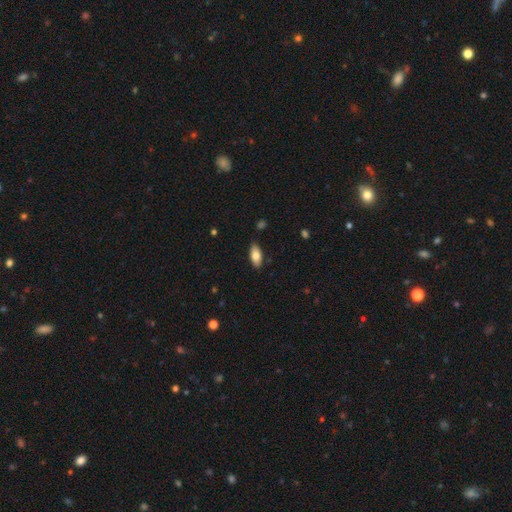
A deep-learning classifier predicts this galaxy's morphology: The model was most divided on "smooth or featured": smooth: 78%, featured or disk: 16%, star or artifact: 7%. More confident: how rounded — in between (88%); merging — none (86%).